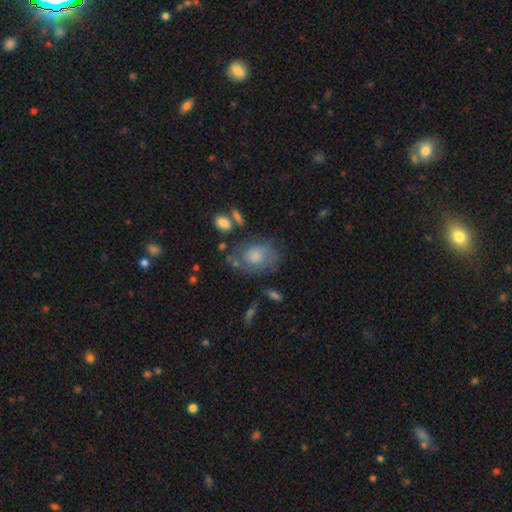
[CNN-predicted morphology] smooth 68%, featured or disk 23%, star or artifact 9%. Down the decision tree: how rounded — in between (67%); merging — none (53%).